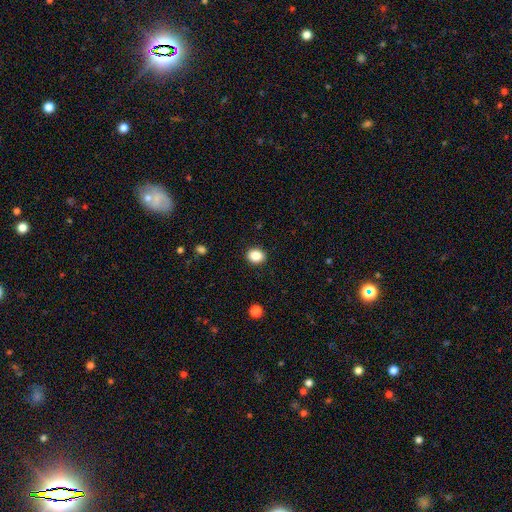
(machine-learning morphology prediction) smooth 87%, star or artifact 9%, featured or disk 4%. Down the decision tree: how rounded — round (58%); merging — none (91%).